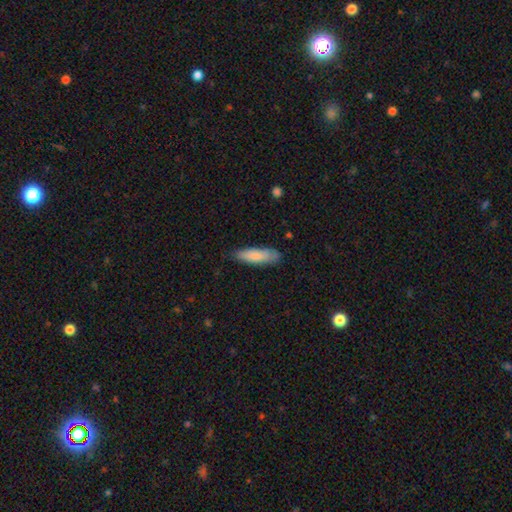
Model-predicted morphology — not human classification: Smooth or featured? Predicted: smooth (p=0.81). How rounded? Predicted: cigar-shaped (p=0.57). Merging? Predicted: none (p=0.79).